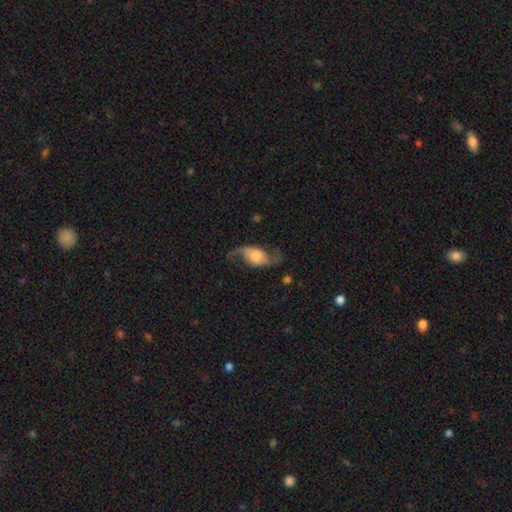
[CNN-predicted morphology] The model was most divided on "bulge size": large: 37%, moderate: 27%, small: 15%, dominant: 11%, none: 10%. More confident: spiral arms — yes (95%); edge-on disk — no (94%); spiral arm count — 2 (92%); smooth or featured — featured or disk (80%); spiral winding — loose (79%); merging — none (70%); bar — no (61%).